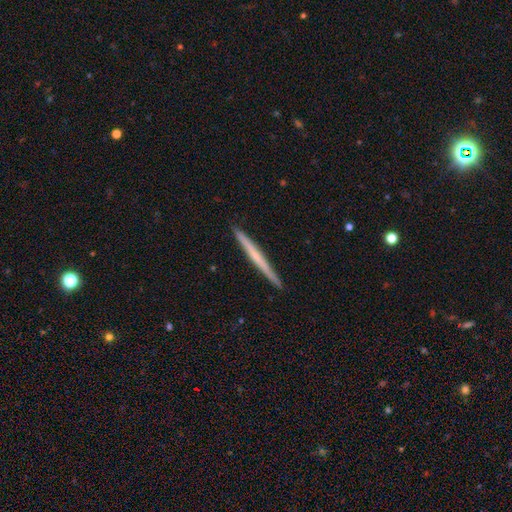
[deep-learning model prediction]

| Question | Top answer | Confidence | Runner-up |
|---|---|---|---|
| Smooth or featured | featured or disk | 55% | smooth (40%) |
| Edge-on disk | yes | 98% | no (2%) |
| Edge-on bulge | none | 71% | rounded (24%) |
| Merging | none | 92% | minor disturbance (6%) |